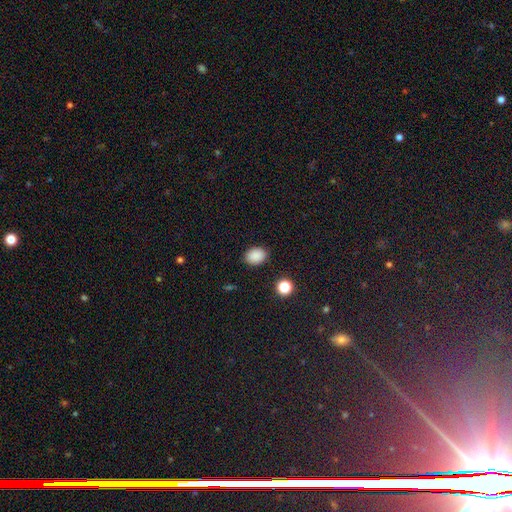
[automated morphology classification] A smooth galaxy with no disk features (87%) that is in between round and cigar-shaped (67%).

Vote fractions:
- Smooth or featured? smooth: 87% / star or artifact: 9% / featured or disk: 3%
- How rounded? in between: 67% / round: 32% / cigar-shaped: 1%
- Merging? none: 87% / minor disturbance: 9% / major disturbance: 2% / merger: 2%